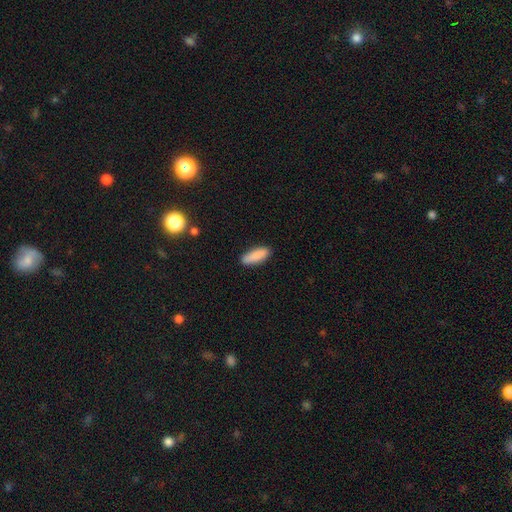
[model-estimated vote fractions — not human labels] This is clearly a smooth galaxy (89%). How rounded: possibly in between (55%). Merging: clearly none (88%).